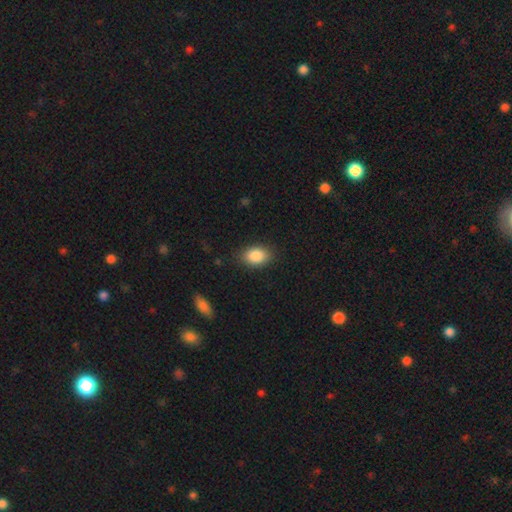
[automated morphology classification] A smooth galaxy with no disk features (87%) that is in between round and cigar-shaped (83%). Merging: none (85%).